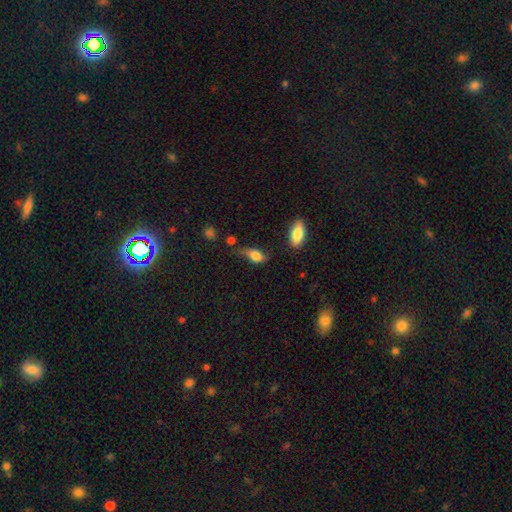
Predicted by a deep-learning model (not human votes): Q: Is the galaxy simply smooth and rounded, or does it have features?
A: smooth — 74%.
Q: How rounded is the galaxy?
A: in between — 82%.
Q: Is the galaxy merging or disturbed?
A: minor disturbance — 38%.